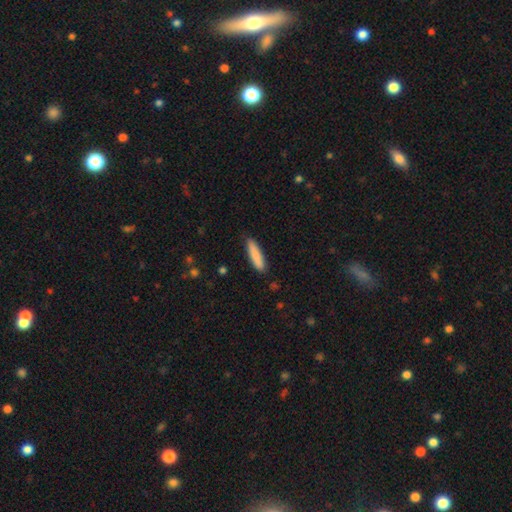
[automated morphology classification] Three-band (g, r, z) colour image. It shows a smooth galaxy with no disk features (86%) that is cigar-shaped (79%). Merging: none (86%).